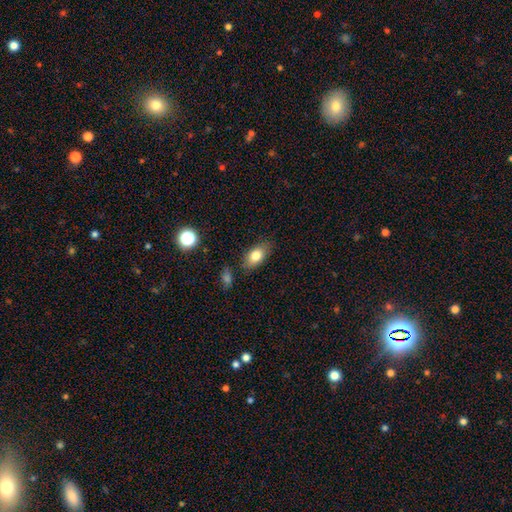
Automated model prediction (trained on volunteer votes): Morphology: type=smooth (79%); roundness=in between (87%); merging=none (80%).